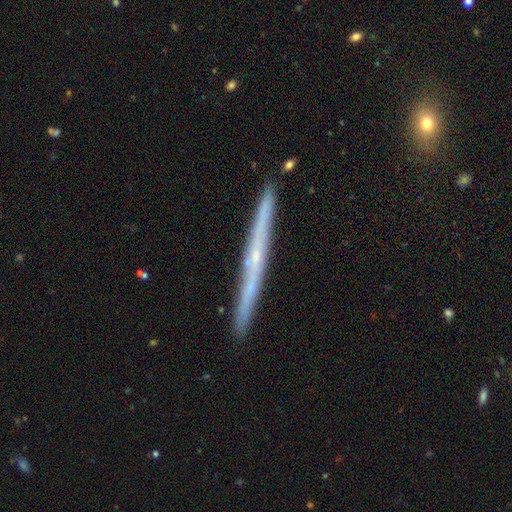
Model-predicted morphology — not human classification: Smooth or featured? featured or disk (69%)
Edge-on disk? yes (97%)
Edge-on bulge? none (66%)
Merging? none (90%)